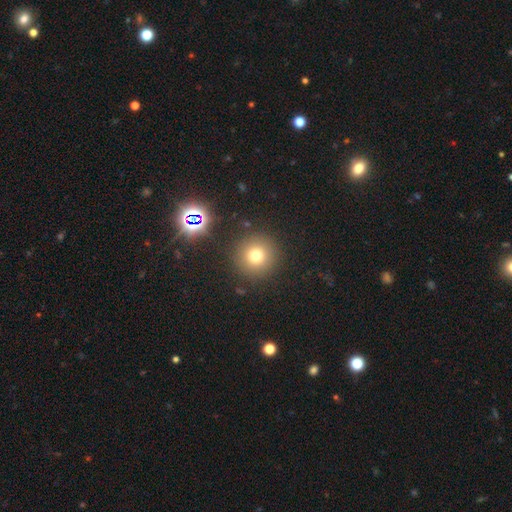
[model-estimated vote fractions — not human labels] smooth 73%, star or artifact 18%, featured or disk 10%. Down the decision tree: how rounded — round (96%); merging — none (89%).